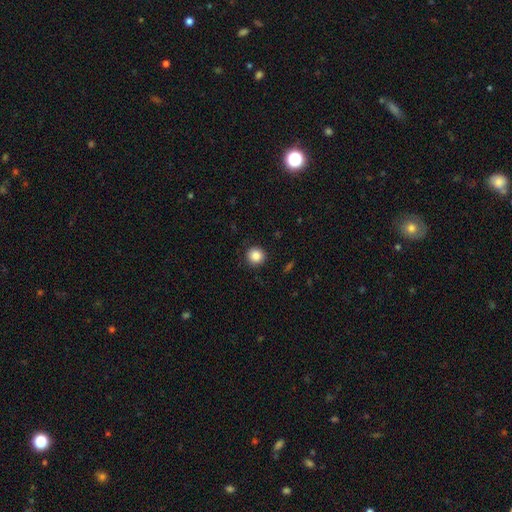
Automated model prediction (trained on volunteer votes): This is clearly a smooth galaxy (86%). How rounded: clearly round (94%). Merging: clearly none (91%).